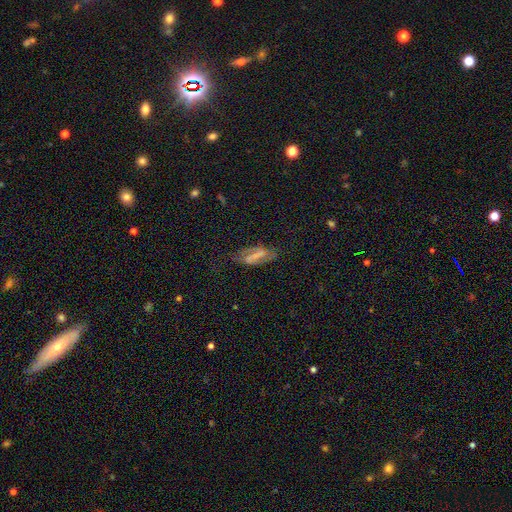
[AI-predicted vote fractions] A featured or disk galaxy (49%). Merging: none (62%).